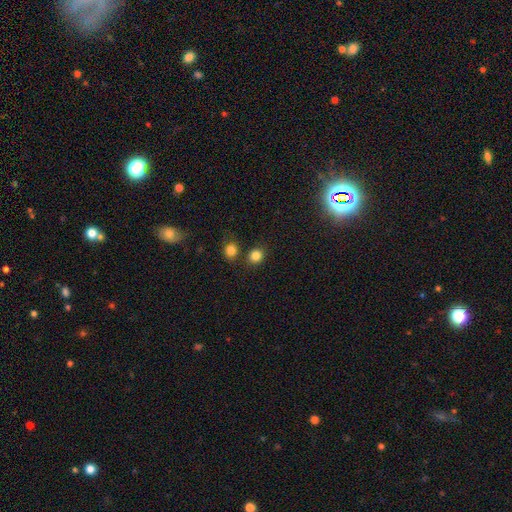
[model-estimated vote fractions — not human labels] Smooth or featured: smooth — 83% (star or artifact — 12%)
How rounded: round — 80% (in between — 19%)
Merging: none — 78% (merger — 11%)